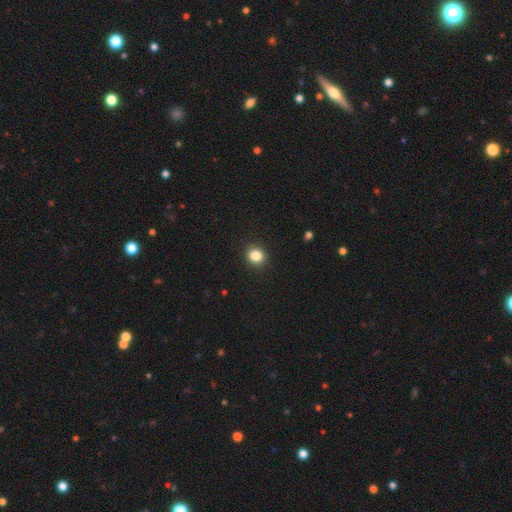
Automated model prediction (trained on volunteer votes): This is clearly a smooth galaxy (85%). How rounded: clearly round (81%). Merging: clearly none (91%).